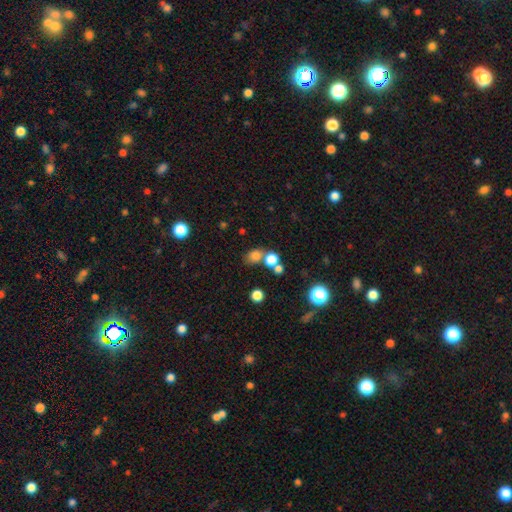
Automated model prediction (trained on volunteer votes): Smooth or featured? Predicted: smooth (p=0.75). How rounded? Predicted: round (p=0.59). Merging? Predicted: none (p=0.59).